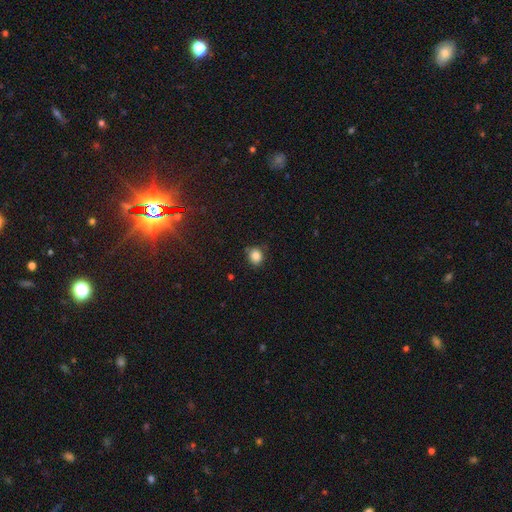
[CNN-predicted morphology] A smooth galaxy with no disk features (84%) that is round (74%). Merging: none (77%).